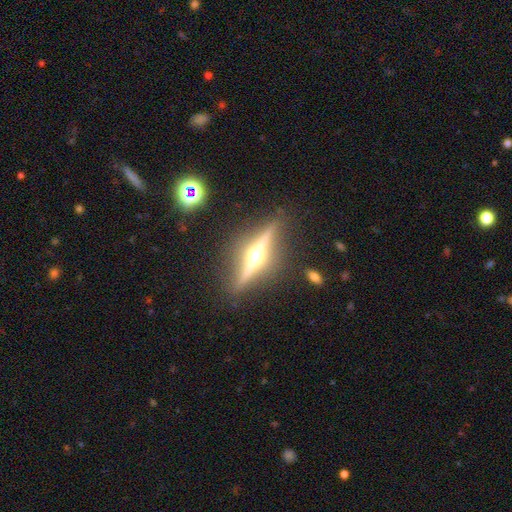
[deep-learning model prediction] This appears to be a featured or disk galaxy (85%) viewed edge-on (97%) with a rounded central bulge (96%). Merging: none (87%).